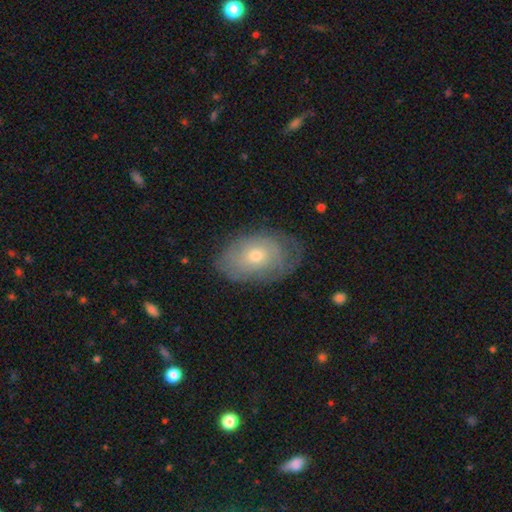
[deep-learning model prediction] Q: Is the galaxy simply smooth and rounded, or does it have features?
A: featured or disk — 50%.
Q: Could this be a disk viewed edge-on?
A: no — 92%.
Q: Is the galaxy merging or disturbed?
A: none — 71%.